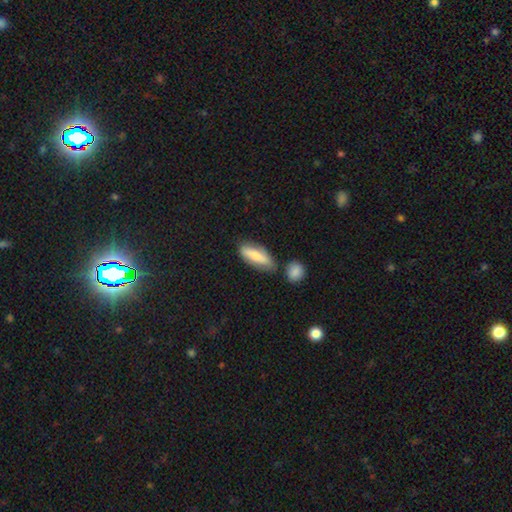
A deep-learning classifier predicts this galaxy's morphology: This is likely a smooth galaxy (74%). How rounded: possibly in between (57%). Merging: likely none (65%).